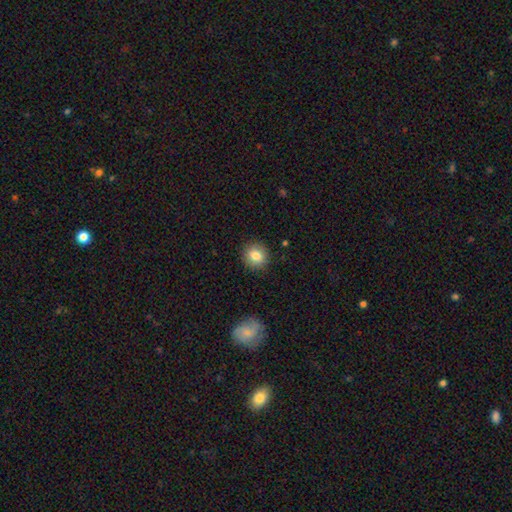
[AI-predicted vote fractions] This appears to be a smooth galaxy with no disk features (83%) that is round (88%). Merging: none (90%).